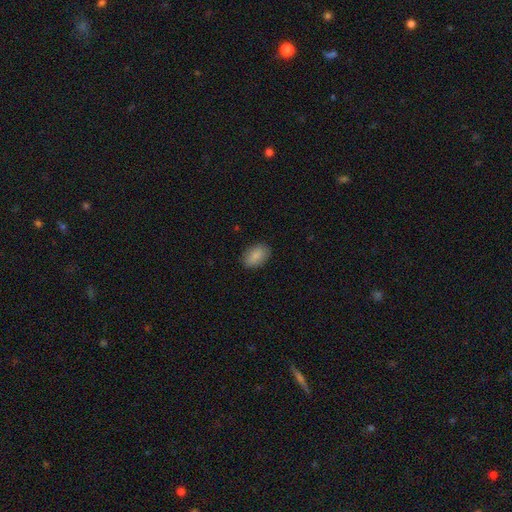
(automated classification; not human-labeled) Morphology: type=smooth (86%); roundness=in between (88%); merging=none (87%).